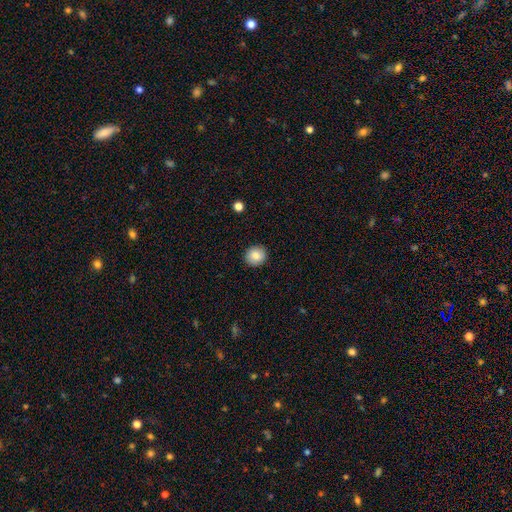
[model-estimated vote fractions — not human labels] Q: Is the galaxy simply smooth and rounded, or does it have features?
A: smooth — 85%.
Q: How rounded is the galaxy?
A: round — 84%.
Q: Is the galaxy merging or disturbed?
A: none — 91%.